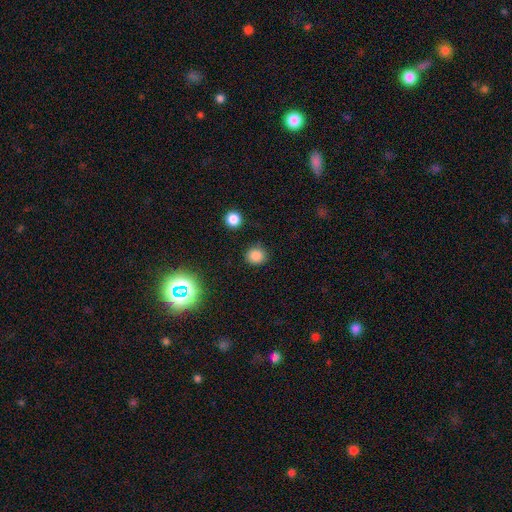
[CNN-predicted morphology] Overall: smooth (81%). How rounded: round (86%). Merging: none (87%).